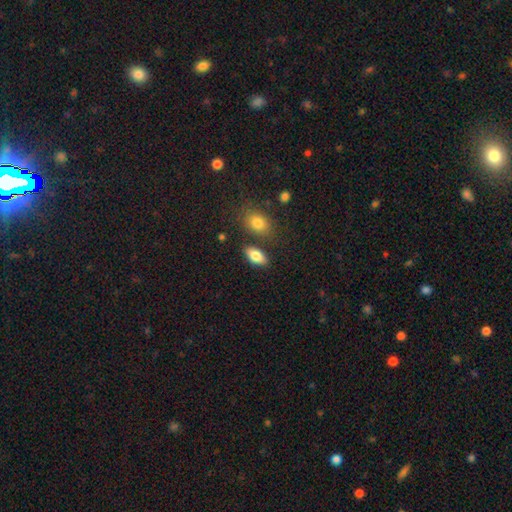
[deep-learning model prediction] This is clearly a smooth galaxy (83%). How rounded: clearly in between (91%). Merging: likely none (79%).